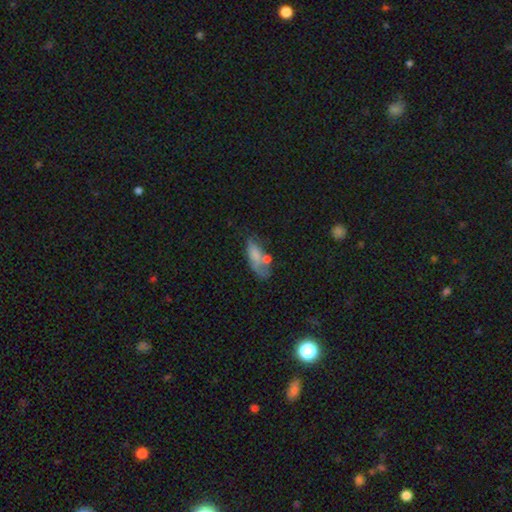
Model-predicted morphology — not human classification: smooth-or-featured: smooth: 65% | featured or disk: 25% | star or artifact: 9%
  how-rounded: in between: 78% | cigar-shaped: 18% | round: 4%
  merging: none: 34% | minor disturbance: 24% | merger: 22% | major disturbance: 20%